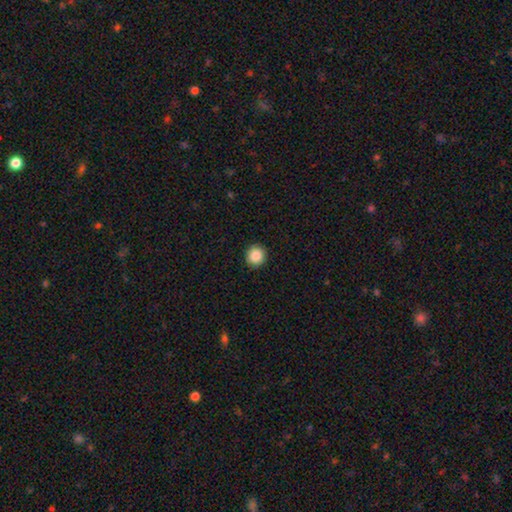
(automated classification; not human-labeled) This is clearly a smooth galaxy (87%). How rounded: clearly round (93%). Merging: clearly none (92%).